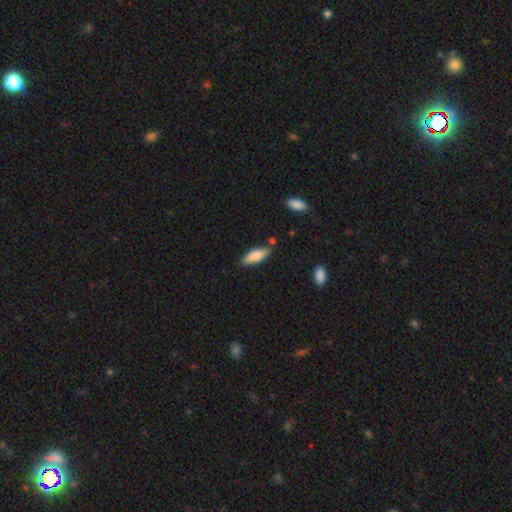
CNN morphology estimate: A smooth galaxy with no disk features (79%) that is in between round and cigar-shaped (62%). Merging: none (78%).